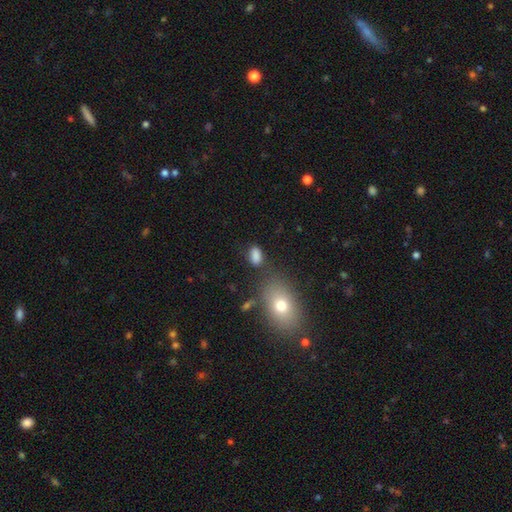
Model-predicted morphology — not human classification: smooth_or_featured: smooth (p=0.83) [alt: star or artifact p=0.11]
how_rounded: in between (p=0.87) [alt: round p=0.10]
merging: none (p=0.66) [alt: minor disturbance p=0.18]